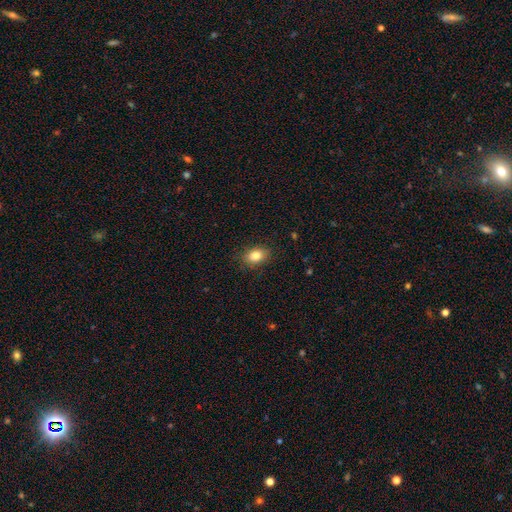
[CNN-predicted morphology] Smooth or featured? smooth (83%)
How rounded? in between (77%)
Merging? none (86%)